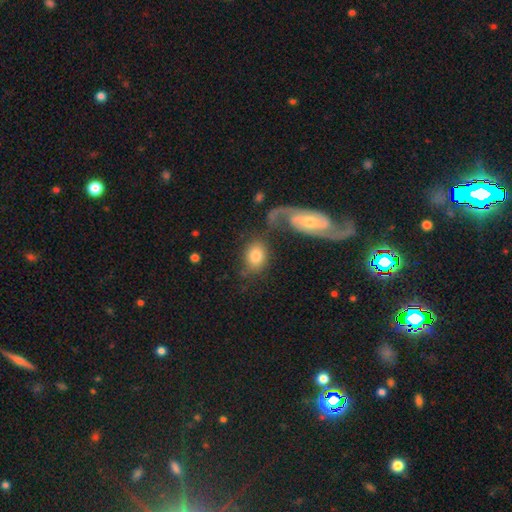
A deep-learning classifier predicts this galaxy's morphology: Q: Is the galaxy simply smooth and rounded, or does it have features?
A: smooth — 72%.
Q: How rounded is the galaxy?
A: in between — 64%.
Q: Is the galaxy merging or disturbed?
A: none — 52%.